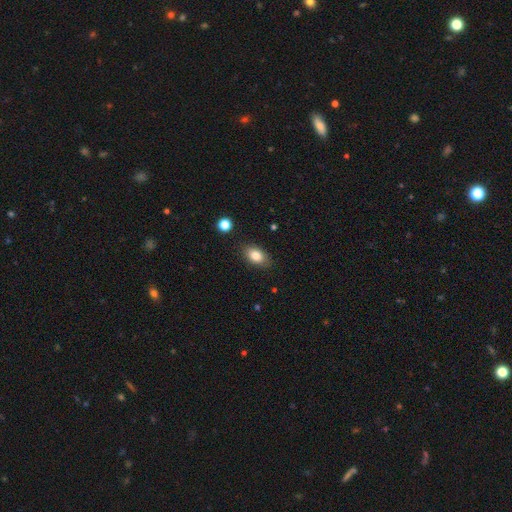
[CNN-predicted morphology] Overall: smooth (82%). How rounded: in between (87%). Merging: none (85%).